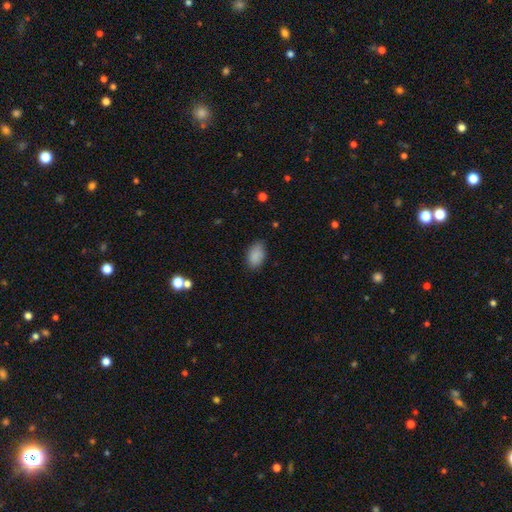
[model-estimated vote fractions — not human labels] Smooth or featured? Predicted: smooth (p=0.88). How rounded? Predicted: in between (p=0.91). Merging? Predicted: none (p=0.80).